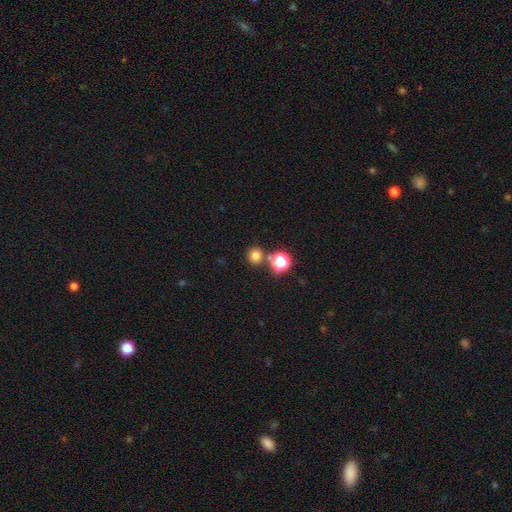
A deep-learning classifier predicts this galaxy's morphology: This is likely a smooth galaxy (76%). How rounded: clearly round (90%). Merging: likely none (75%).